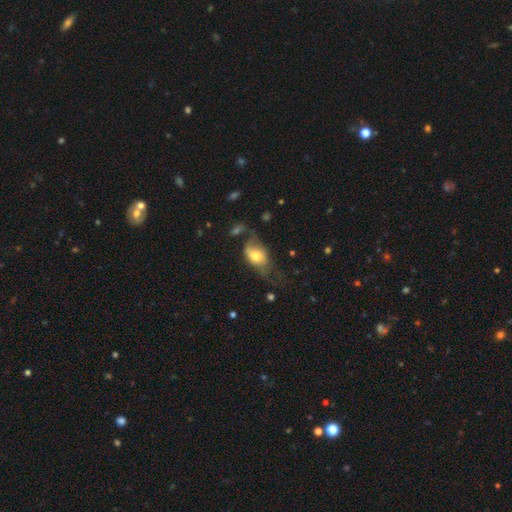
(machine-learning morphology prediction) Smooth or featured?
  - smooth: 66% *
  - featured or disk: 27%
  - star or artifact: 8%
How rounded?
  - in between: 80% *
  - round: 17%
  - cigar-shaped: 3%
Merging?
  - major disturbance: 33% *
  - none: 32%
  - minor disturbance: 30%
  - merger: 5%